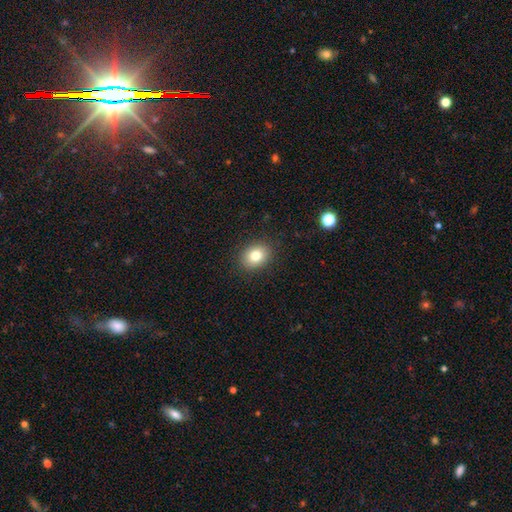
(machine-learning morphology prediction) Smooth or featured: smooth — 81% (star or artifact — 10%)
How rounded: in between — 50% (round — 49%)
Merging: none — 89% (minor disturbance — 8%)